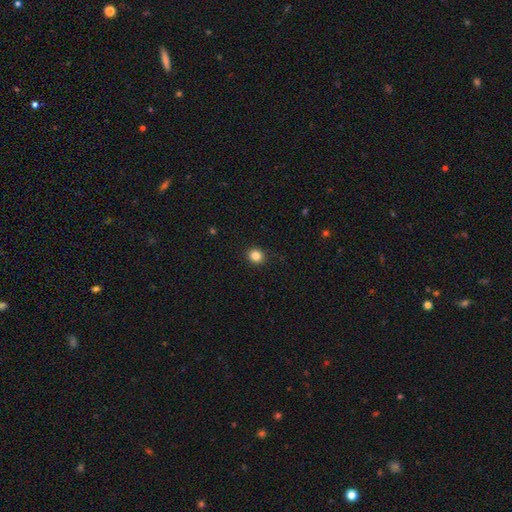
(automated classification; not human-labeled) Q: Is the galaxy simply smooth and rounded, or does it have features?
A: smooth — 84%.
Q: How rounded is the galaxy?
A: round — 87%.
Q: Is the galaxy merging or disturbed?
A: none — 92%.